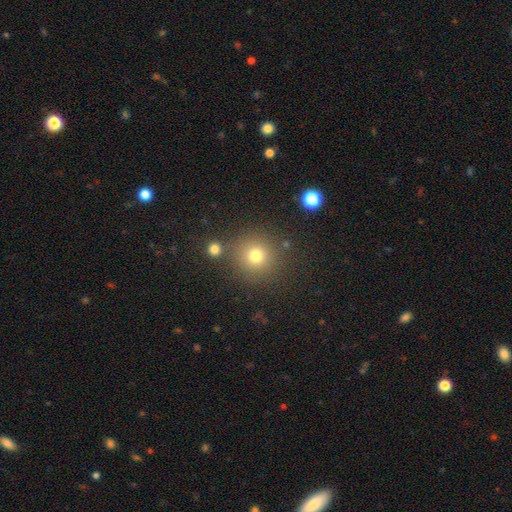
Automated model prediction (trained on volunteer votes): A smooth galaxy with no disk features (76%) that is round (93%). Merging: none (80%).